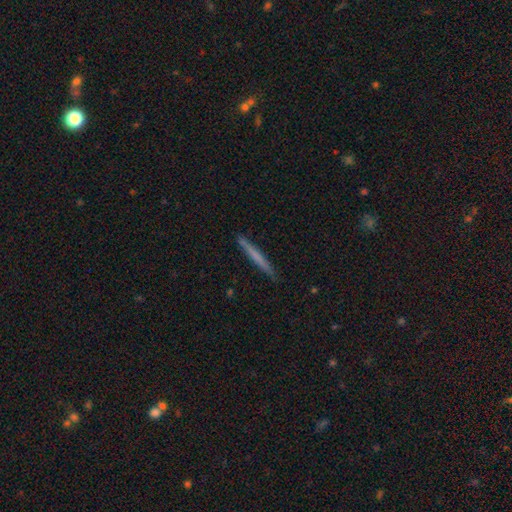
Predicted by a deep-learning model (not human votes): A smooth galaxy with no disk features (55%) that is cigar-shaped (97%).

Vote fractions:
- Smooth or featured? smooth: 55% / featured or disk: 39% / star or artifact: 6%
- How rounded? cigar-shaped: 97% / in between: 2% / round: 1%
- Merging? none: 90% / minor disturbance: 7% / major disturbance: 1% / merger: 1%